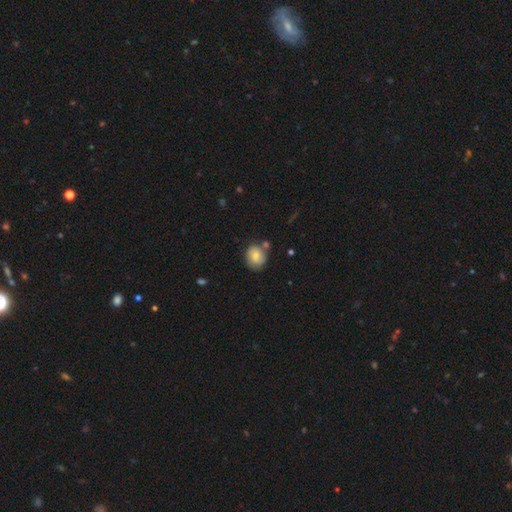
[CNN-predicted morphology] Overall: smooth (75%). How rounded: round (65%; in between 34%). Merging: none (69%).